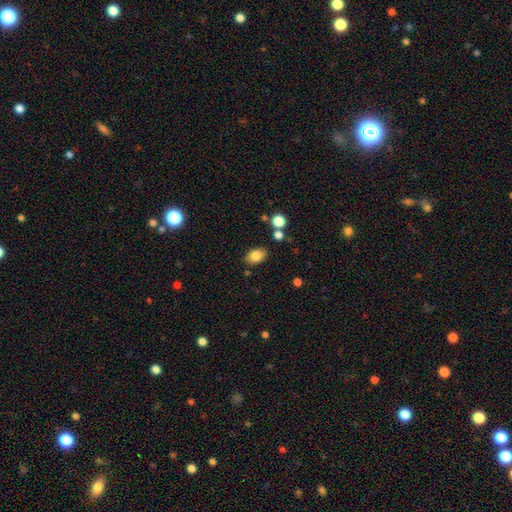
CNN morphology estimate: The model was most divided on "how rounded": in between: 84%, round: 14%, cigar-shaped: 1%. More confident: merging — none (82%); smooth or featured — smooth (82%).